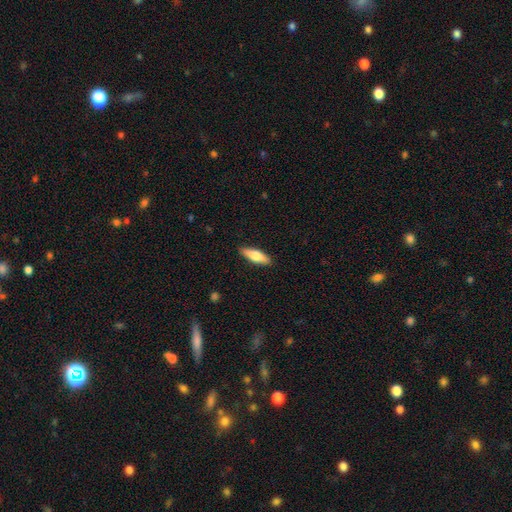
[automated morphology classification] type=smooth (66%); roundness=in between (51%); merging=none (89%).